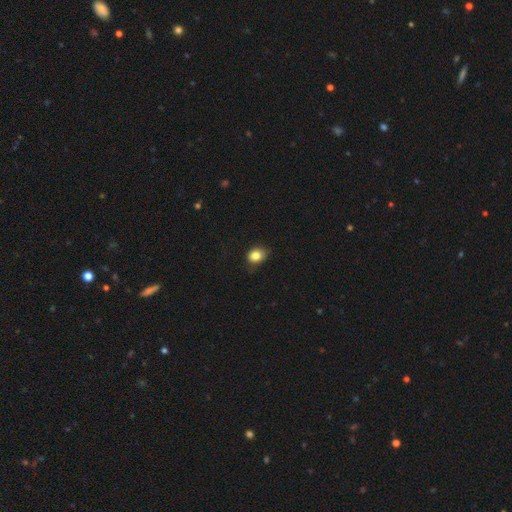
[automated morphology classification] Smooth or featured?
  - smooth: 83% *
  - star or artifact: 10%
  - featured or disk: 7%
How rounded?
  - round: 51% *
  - in between: 48%
  - cigar-shaped: 1%
Merging?
  - none: 66% *
  - minor disturbance: 28%
  - major disturbance: 6%
  - merger: 1%